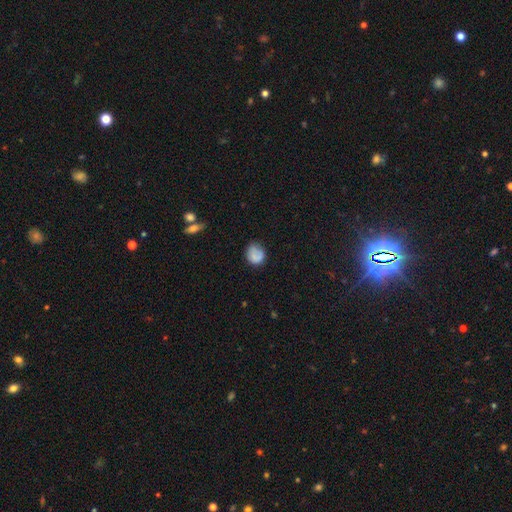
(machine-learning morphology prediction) Smooth or featured: smooth — 78% (featured or disk — 13%)
How rounded: round — 72% (in between — 27%)
Merging: none — 63% (minor disturbance — 26%)